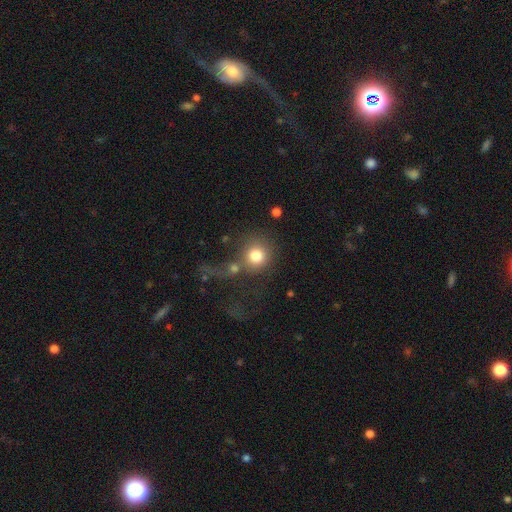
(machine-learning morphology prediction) Q: Smooth or featured?
A: smooth (78%); runner-up: featured or disk (11%)
Q: How rounded?
A: round (89%); runner-up: in between (10%)
Q: Merging?
A: none (45%); runner-up: merger (25%)